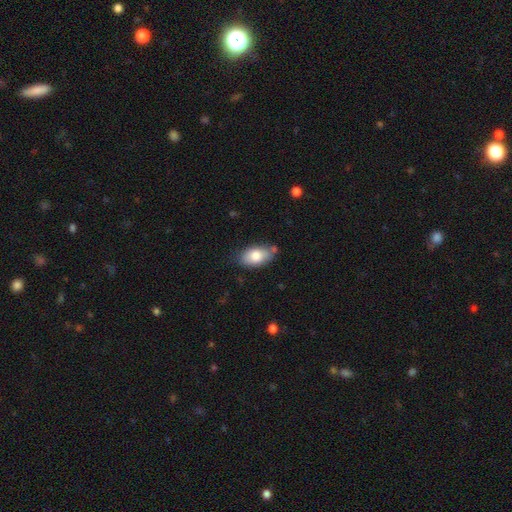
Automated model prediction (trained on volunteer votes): A smooth galaxy with no disk features (81%) that is in between round and cigar-shaped (93%). Merging: none (69%).